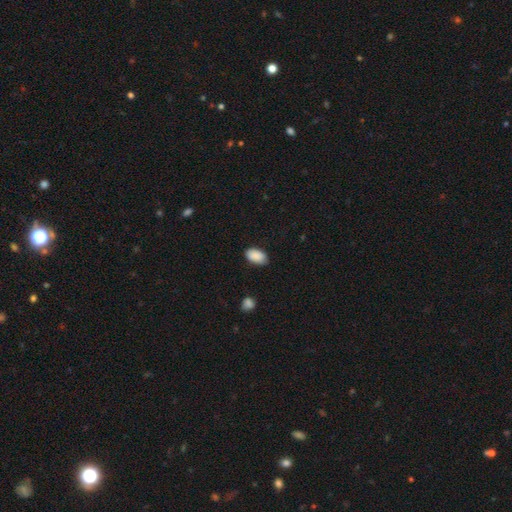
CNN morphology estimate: Q: Smooth or featured?
A: smooth (90%); runner-up: star or artifact (7%)
Q: How rounded?
A: in between (94%); runner-up: round (5%)
Q: Merging?
A: none (81%); runner-up: minor disturbance (15%)